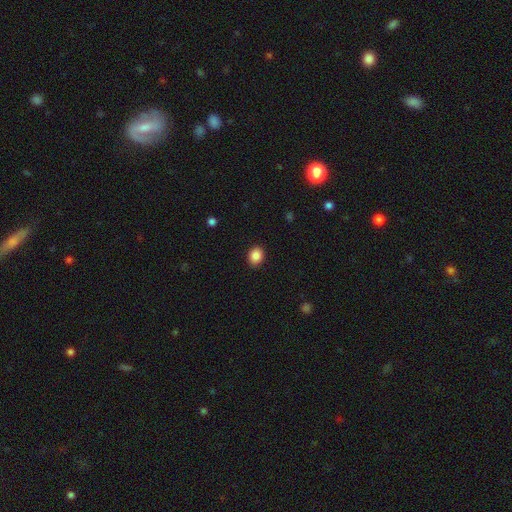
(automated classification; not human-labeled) smooth-or-featured: smooth: 87% | star or artifact: 9% | featured or disk: 4%
  how-rounded: round: 53% | in between: 46% | cigar-shaped: 1%
  merging: none: 90% | minor disturbance: 7% | major disturbance: 2% | merger: 1%